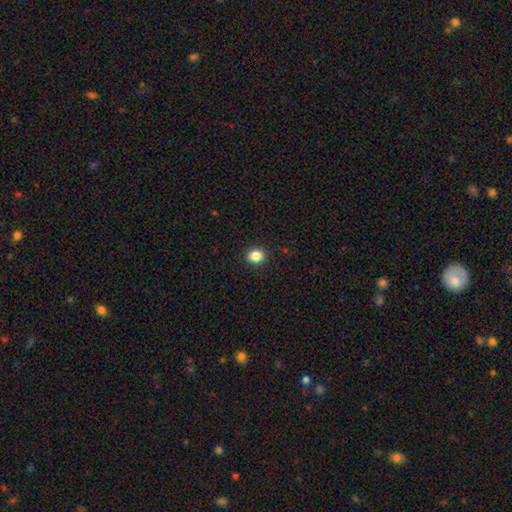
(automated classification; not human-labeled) Smooth or featured? smooth (86%)
How rounded? round (67%)
Merging? none (92%)